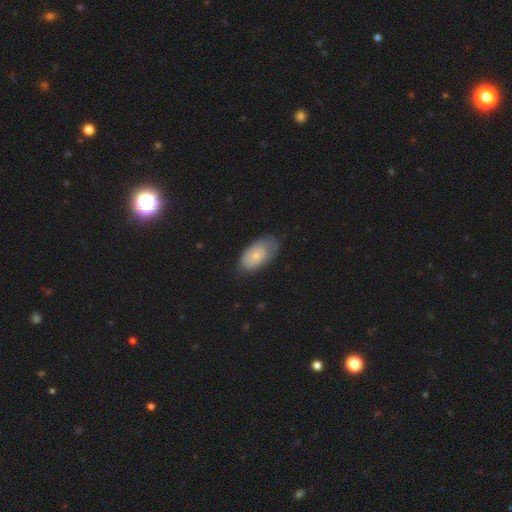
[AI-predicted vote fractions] The model was most divided on "merging": none: 56%, minor disturbance: 32%, major disturbance: 11%, merger: 1%. More confident: how rounded — in between (93%); smooth or featured — smooth (66%).